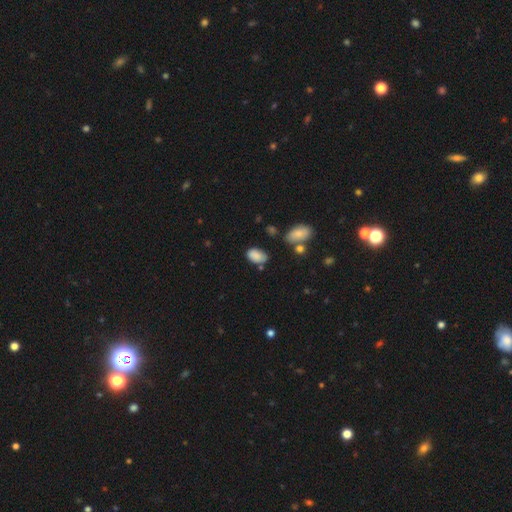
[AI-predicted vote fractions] smooth 83%, star or artifact 9%, featured or disk 8%. Down the decision tree: how rounded — in between (91%); merging — none (62%).